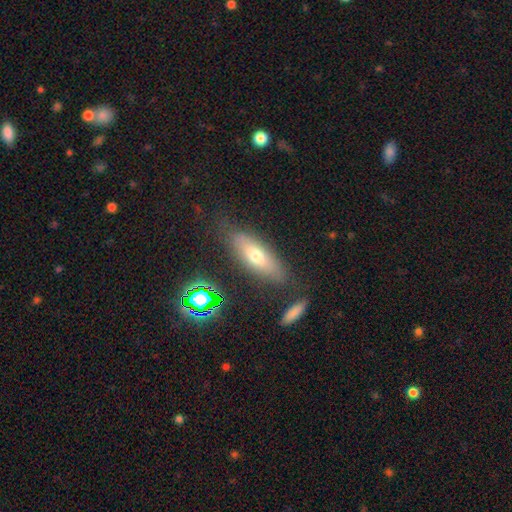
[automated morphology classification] Smooth or featured? Predicted: smooth (p=0.60). How rounded? Predicted: in between (p=0.57). Merging? Predicted: none (p=0.76).